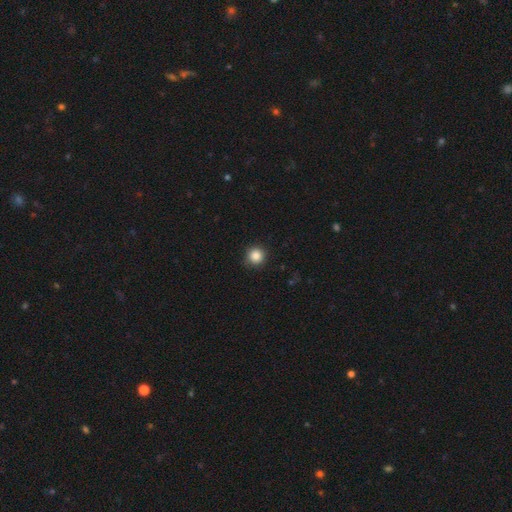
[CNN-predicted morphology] The model was most divided on "smooth or featured": smooth: 86%, star or artifact: 11%, featured or disk: 3%. More confident: how rounded — round (95%); merging — none (88%).